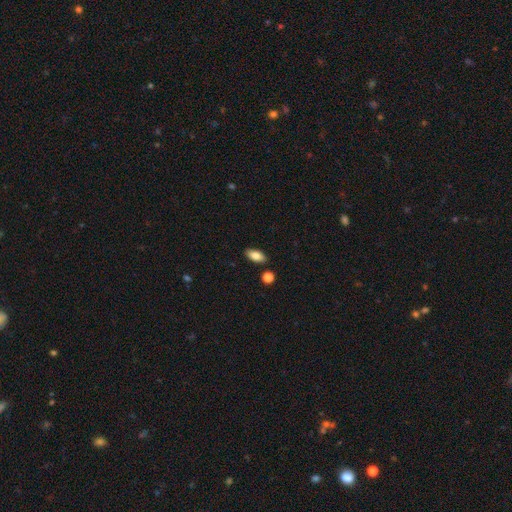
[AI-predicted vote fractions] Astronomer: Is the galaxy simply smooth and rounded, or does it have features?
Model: smooth — 83%.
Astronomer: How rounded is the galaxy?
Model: in between — 90%.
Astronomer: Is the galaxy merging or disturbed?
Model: none — 86%.